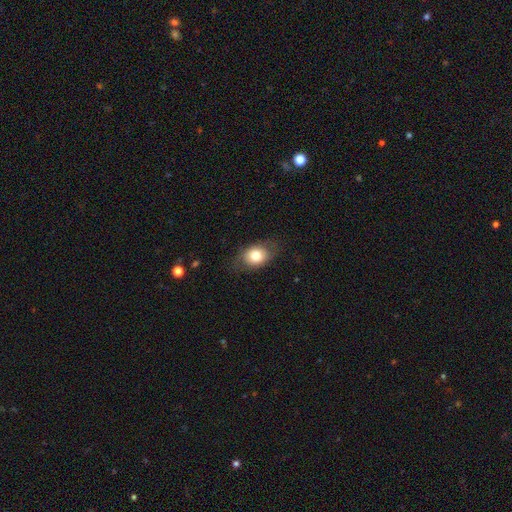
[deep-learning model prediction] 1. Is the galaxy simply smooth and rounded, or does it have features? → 77% smooth, 15% featured or disk, 9% star or artifact.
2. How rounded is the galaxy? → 64% in between, 35% round, 1% cigar-shaped.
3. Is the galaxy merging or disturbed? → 73% none, 19% minor disturbance, 6% major disturbance, 1% merger.